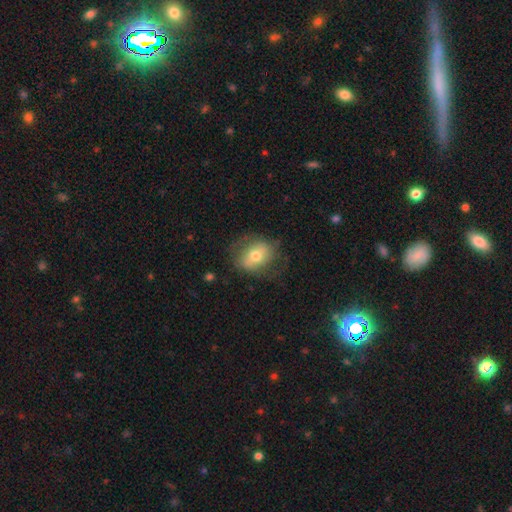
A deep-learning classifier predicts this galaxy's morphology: Q: Smooth or featured?
A: smooth (58%); runner-up: featured or disk (34%)
Q: How rounded?
A: in between (53%); runner-up: round (46%)
Q: Merging?
A: none (67%); runner-up: minor disturbance (21%)